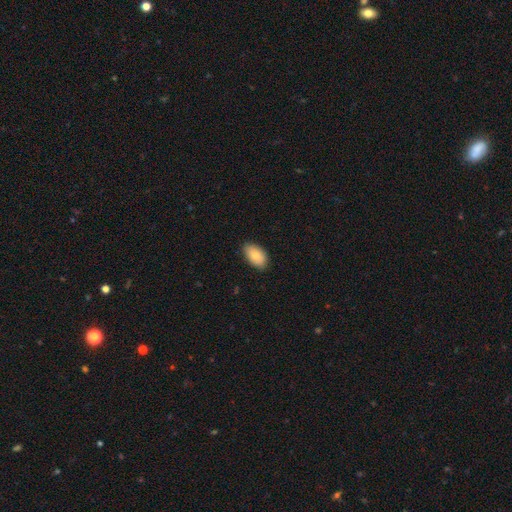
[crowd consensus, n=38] This is likely a smooth galaxy (76%). How rounded: clearly in between (97%). Merging: clearly none (89%).